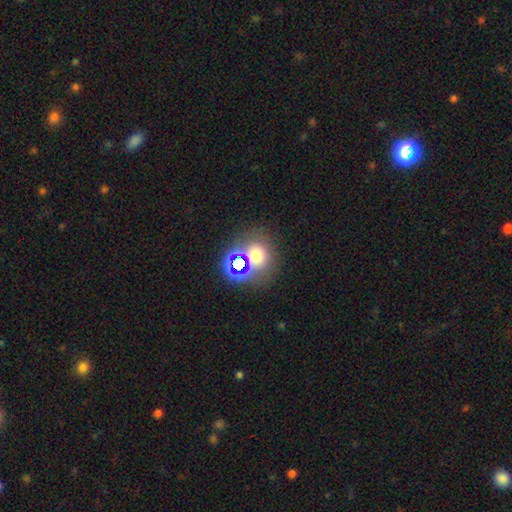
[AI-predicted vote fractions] A smooth galaxy with no disk features (56%) that is round (74%). Merging: none (65%).